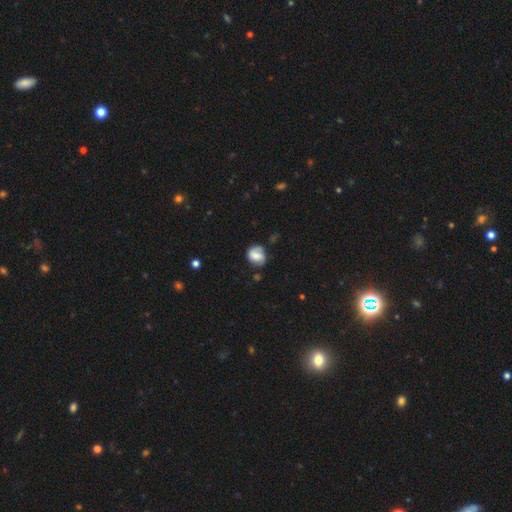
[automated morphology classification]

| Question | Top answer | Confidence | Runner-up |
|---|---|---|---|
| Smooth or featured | smooth | 58% | featured or disk (33%) |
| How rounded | round | 64% | in between (35%) |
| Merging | none | 60% | minor disturbance (26%) |